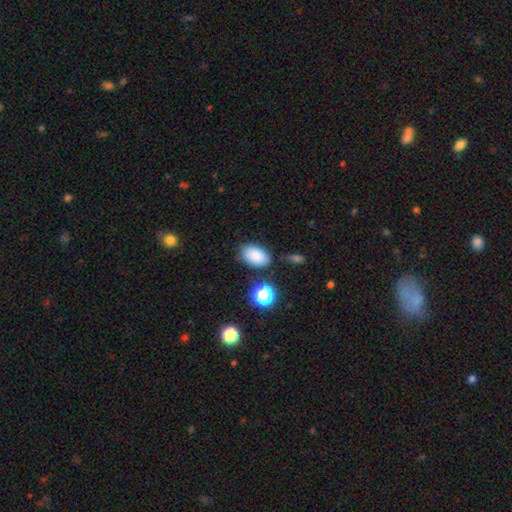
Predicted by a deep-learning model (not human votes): This is clearly a smooth galaxy (84%). How rounded: clearly in between (90%). Merging: likely none (78%).